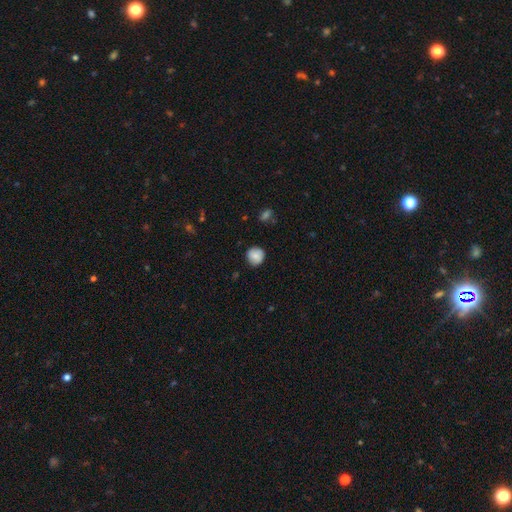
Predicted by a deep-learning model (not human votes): A smooth galaxy with no disk features (78%) that is round (90%).

Vote fractions:
- Smooth or featured? smooth: 78% / featured or disk: 14% / star or artifact: 8%
- How rounded? round: 90% / in between: 9% / cigar-shaped: 1%
- Merging? none: 81% / minor disturbance: 15% / major disturbance: 3% / merger: 1%